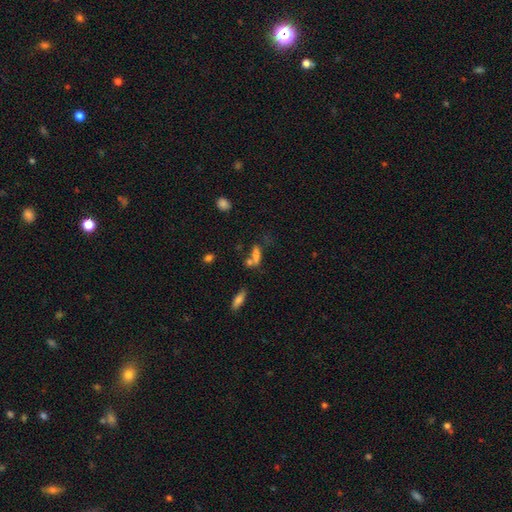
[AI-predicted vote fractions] smooth_or_featured: smooth (p=0.69) [alt: featured or disk p=0.17]
how_rounded: in between (p=0.53) [alt: cigar-shaped p=0.41]
merging: none (p=0.41) [alt: merger p=0.34]